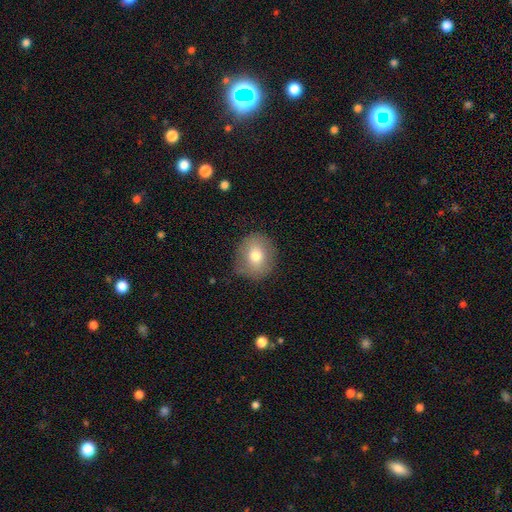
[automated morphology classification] Smooth or featured: smooth — 75% (featured or disk — 17%)
How rounded: round — 74% (in between — 25%)
Merging: none — 80% (minor disturbance — 15%)